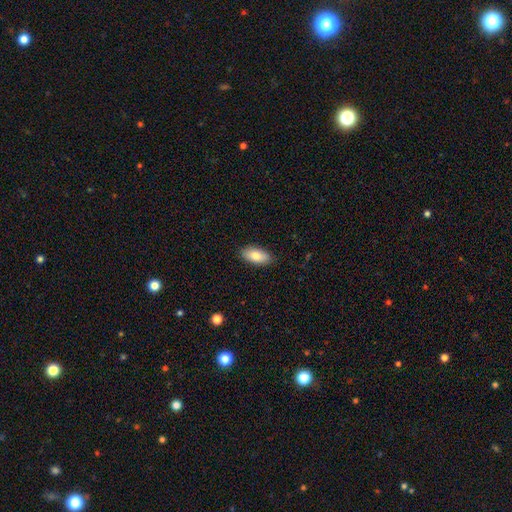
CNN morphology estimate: This is clearly a smooth galaxy (80%). How rounded: clearly in between (92%). Merging: clearly none (87%).